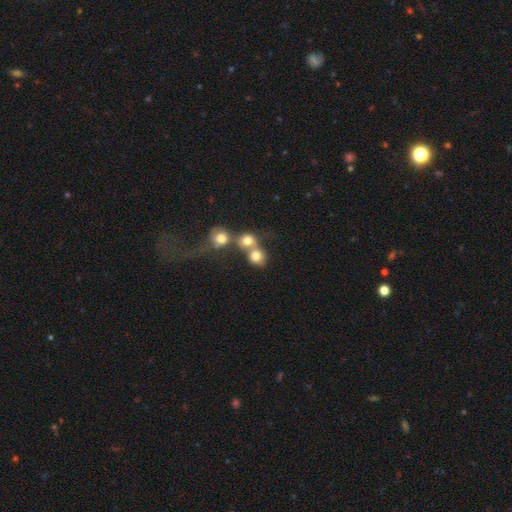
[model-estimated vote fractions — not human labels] This appears to be a smooth galaxy with no disk features (74%) that is round (79%). Merging: merger (57%).